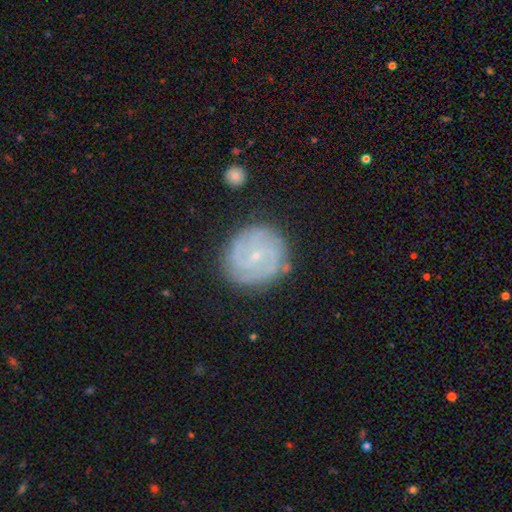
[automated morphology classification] This appears to be a featured or disk galaxy (78%) with no bar (59%), 2 (30%) tight (64%) spiral arms (93%) and a small central bulge (84%). Merging: none (82%).